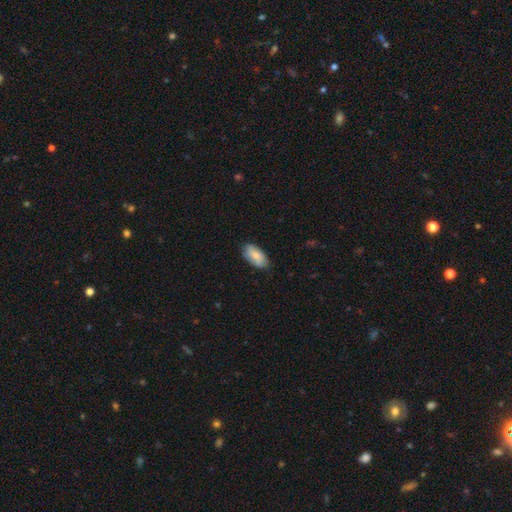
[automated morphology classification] Smooth or featured? smooth (80%)
How rounded? in between (93%)
Merging? none (77%)